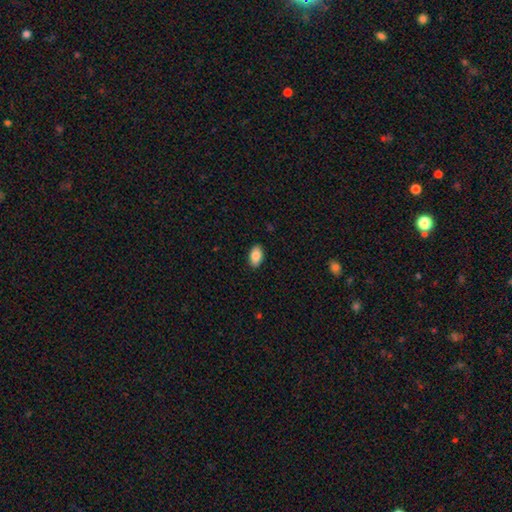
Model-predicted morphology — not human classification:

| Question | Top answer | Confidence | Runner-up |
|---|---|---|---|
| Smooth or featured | smooth | 87% | star or artifact (7%) |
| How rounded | in between | 93% | round (5%) |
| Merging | none | 89% | minor disturbance (8%) |